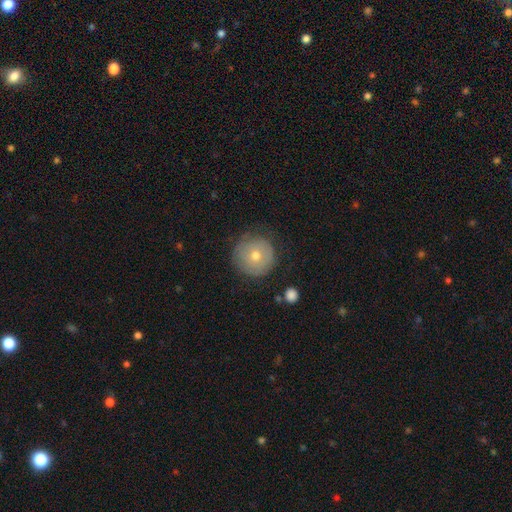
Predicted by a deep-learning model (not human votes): smooth 61%, featured or disk 30%, star or artifact 9%. Down the decision tree: how rounded — round (95%); merging — none (78%).